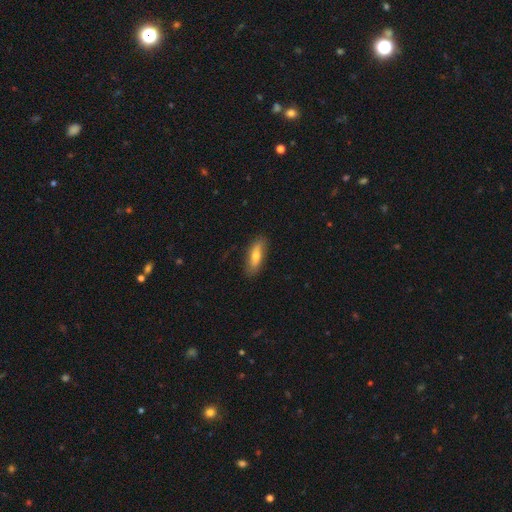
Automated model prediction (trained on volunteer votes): Smooth or featured: smooth — 68% (featured or disk — 26%)
How rounded: in between — 52% (cigar-shaped — 45%)
Merging: none — 82% (minor disturbance — 14%)